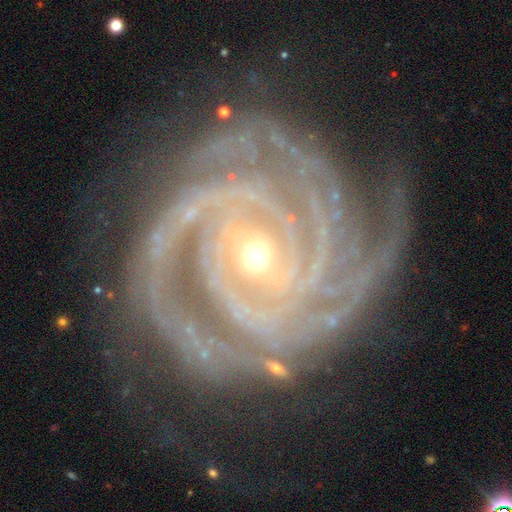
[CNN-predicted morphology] Q: Smooth or featured?
A: featured or disk (94%); runner-up: star or artifact (4%)
Q: Edge-on disk?
A: no (98%); runner-up: yes (2%)
Q: Bar?
A: no (46%); runner-up: weak (28%)
Q: Spiral arms?
A: yes (99%); runner-up: no (1%)
Q: Spiral winding?
A: tight (86%); runner-up: medium (13%)
Q: Spiral arm count?
A: 3 (29%); runner-up: 4 (23%)
Q: Bulge size?
A: small (57%); runner-up: moderate (41%)
Q: Merging?
A: none (76%); runner-up: minor disturbance (16%)